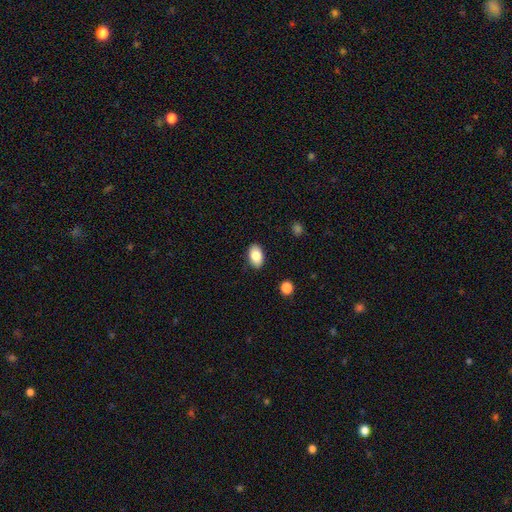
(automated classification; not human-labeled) Smooth or featured: smooth — 85% (featured or disk — 8%)
How rounded: in between — 92% (round — 7%)
Merging: none — 88% (minor disturbance — 9%)